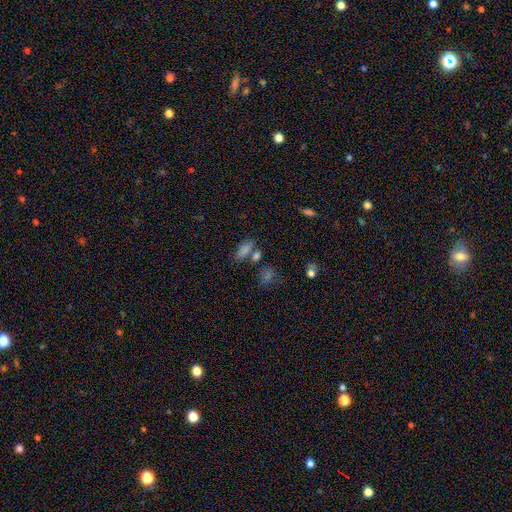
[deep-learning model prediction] A smooth galaxy with no disk features (69%) that is in between round and cigar-shaped (65%). Merging: none (60%).